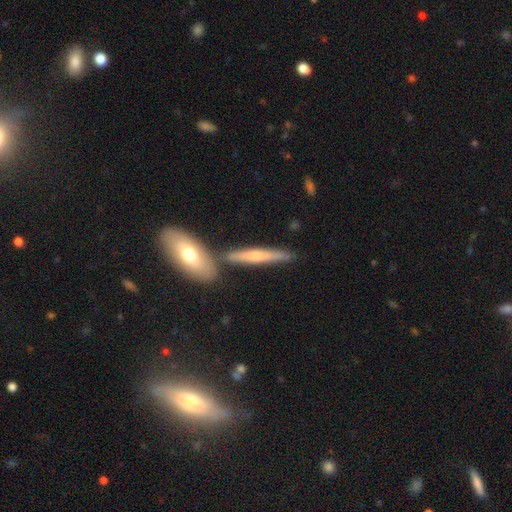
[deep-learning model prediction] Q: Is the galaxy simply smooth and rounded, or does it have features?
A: smooth — 51%.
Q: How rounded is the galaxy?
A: cigar-shaped — 88%.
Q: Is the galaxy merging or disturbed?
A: none — 70%.